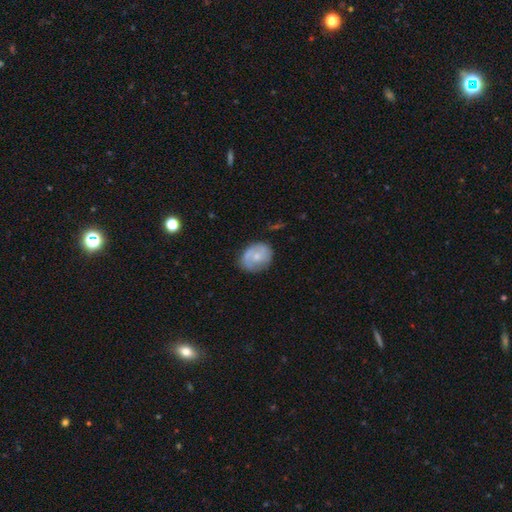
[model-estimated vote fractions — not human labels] Overall: smooth (49%; featured or disk 44%). Merging: none (65%).